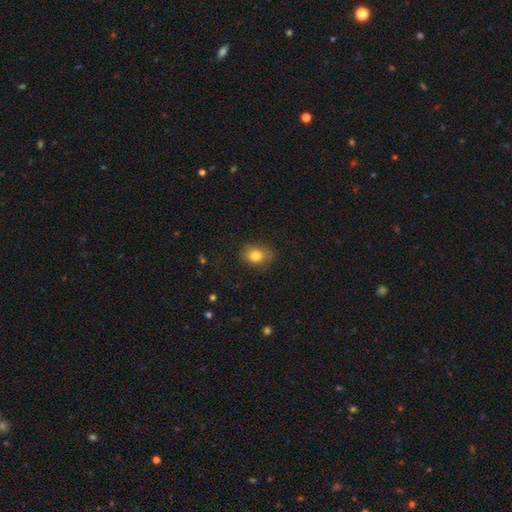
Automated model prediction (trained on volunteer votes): Smooth or featured? smooth (80%)
How rounded? in between (55%)
Merging? none (77%)